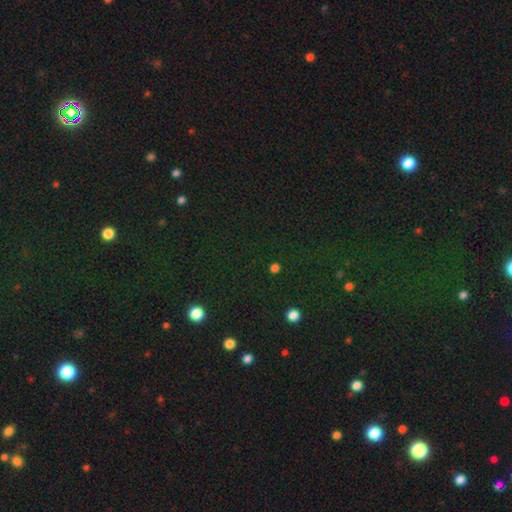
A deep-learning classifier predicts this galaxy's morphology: Smooth or featured?
  - star or artifact: 69% *
  - smooth: 23%
  - featured or disk: 8%